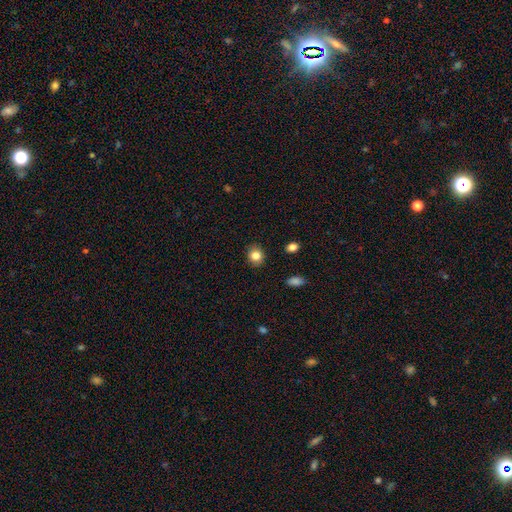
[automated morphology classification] smooth 84%, star or artifact 10%, featured or disk 6%. Down the decision tree: how rounded — round (72%); merging — none (90%).